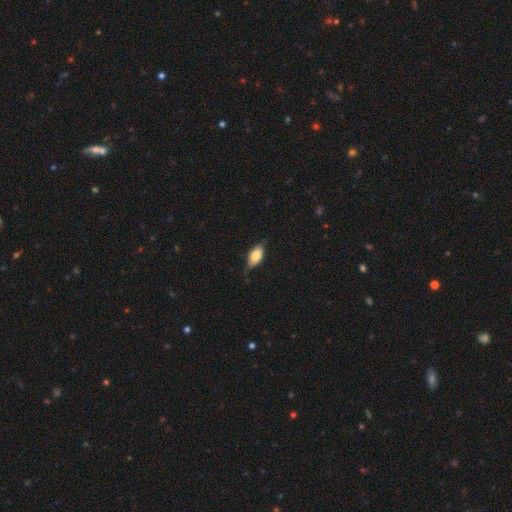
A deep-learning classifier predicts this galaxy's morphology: Smooth or featured? Predicted: smooth (p=0.67). How rounded? Predicted: in between (p=0.85). Merging? Predicted: none (p=0.73).